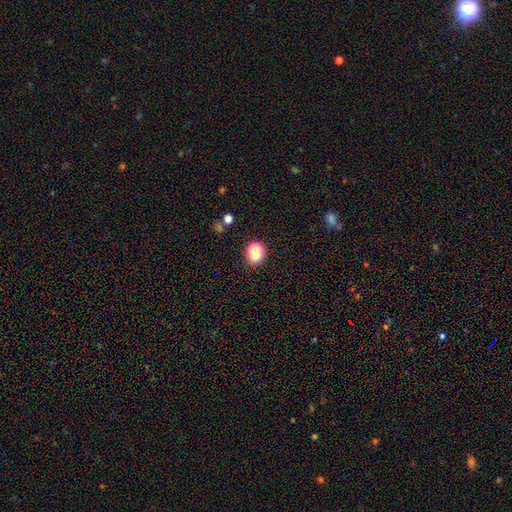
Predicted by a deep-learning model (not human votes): smooth 56%, star or artifact 35%, featured or disk 8%. Down the decision tree: how rounded — round (65%); merging — none (75%).